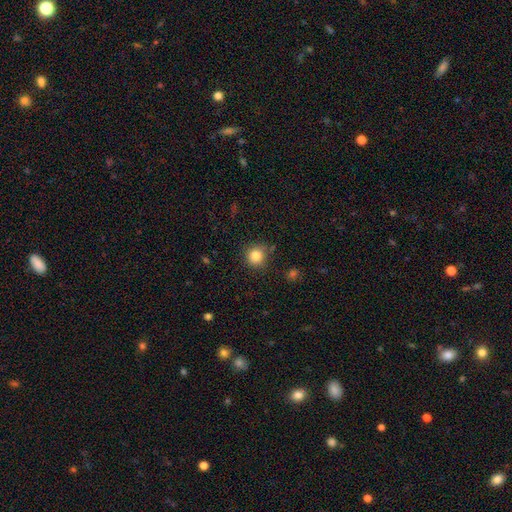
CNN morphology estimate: A smooth galaxy with no disk features (83%) that is round (92%). Merging: none (84%).